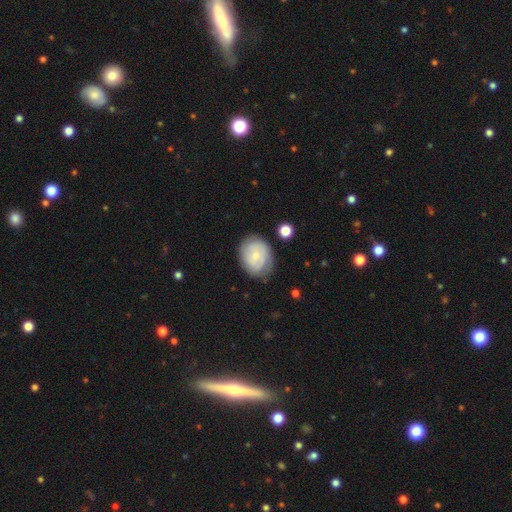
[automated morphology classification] Smooth or featured: smooth — 49% (featured or disk — 44%)
Merging: none — 72% (minor disturbance — 20%)